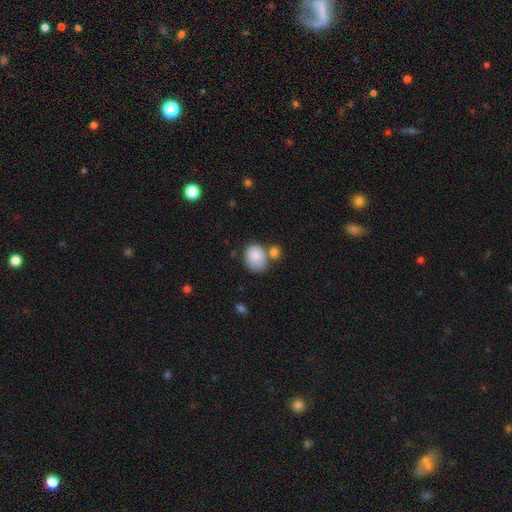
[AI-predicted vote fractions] smooth-or-featured: smooth: 85% | featured or disk: 8% | star or artifact: 7%
  how-rounded: round: 55% | in between: 44% | cigar-shaped: 1%
  merging: none: 52% | merger: 24% | minor disturbance: 19% | major disturbance: 6%